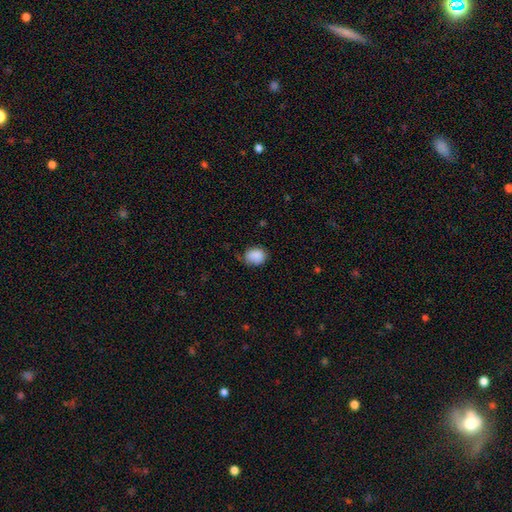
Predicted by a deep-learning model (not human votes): Smooth or featured?
  - smooth: 87% *
  - star or artifact: 8%
  - featured or disk: 5%
How rounded?
  - in between: 51% *
  - round: 48%
  - cigar-shaped: 1%
Merging?
  - none: 65% *
  - minor disturbance: 28%
  - major disturbance: 6%
  - merger: 2%